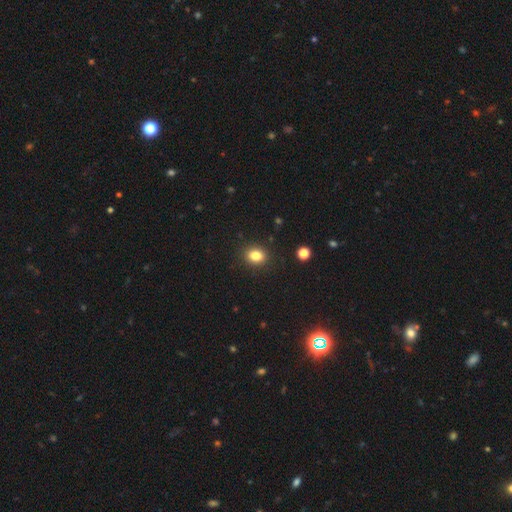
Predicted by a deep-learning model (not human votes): smooth_or_featured: smooth (p=0.83) [alt: star or artifact p=0.11]
how_rounded: round (p=0.50) [alt: in between p=0.49]
merging: none (p=0.89) [alt: minor disturbance p=0.07]